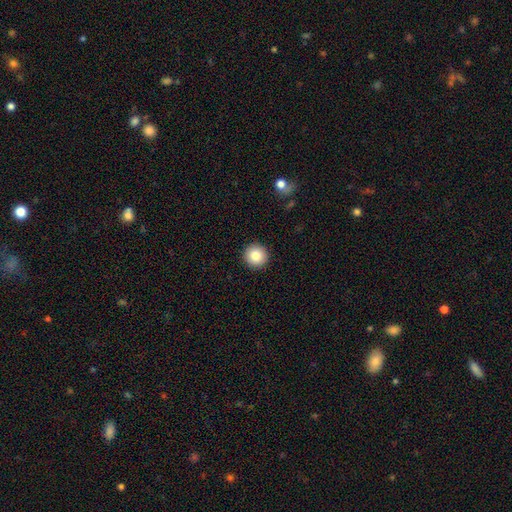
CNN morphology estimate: A smooth galaxy with no disk features (85%) that is round (95%). Merging: none (93%).